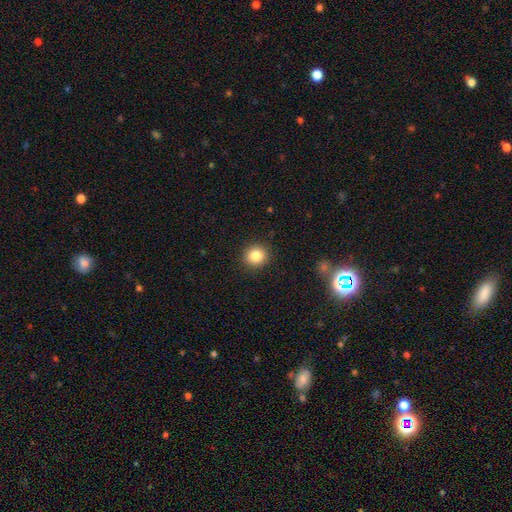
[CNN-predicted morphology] A smooth galaxy with no disk features (85%) that is round (89%). Merging: none (91%).